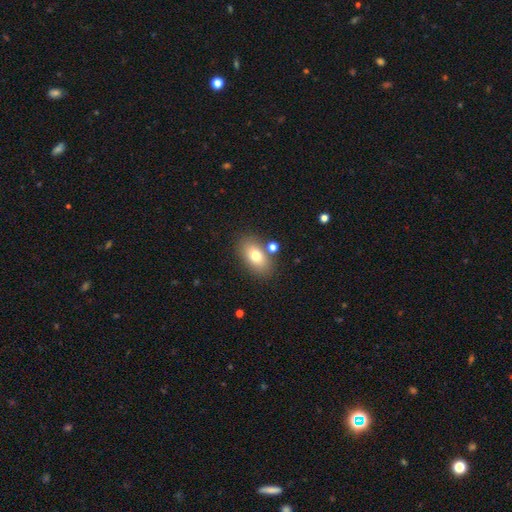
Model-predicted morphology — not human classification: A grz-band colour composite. It shows a smooth galaxy with no disk features (75%) that is in between round and cigar-shaped (88%). Merging: none (77%).